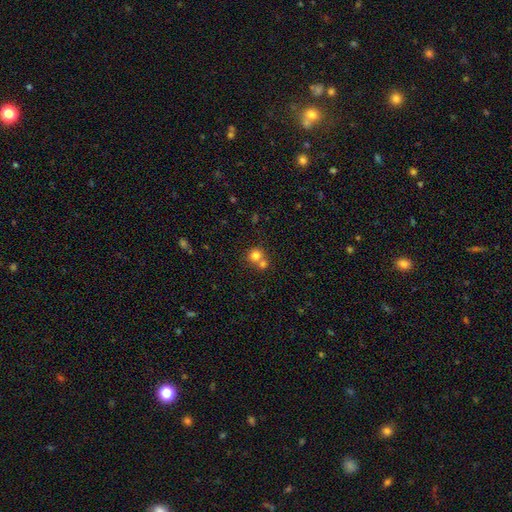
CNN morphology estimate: smooth_or_featured: smooth (p=0.77) [alt: star or artifact p=0.12]
how_rounded: round (p=0.88) [alt: in between p=0.12]
merging: merger (p=0.48) [alt: none p=0.44]